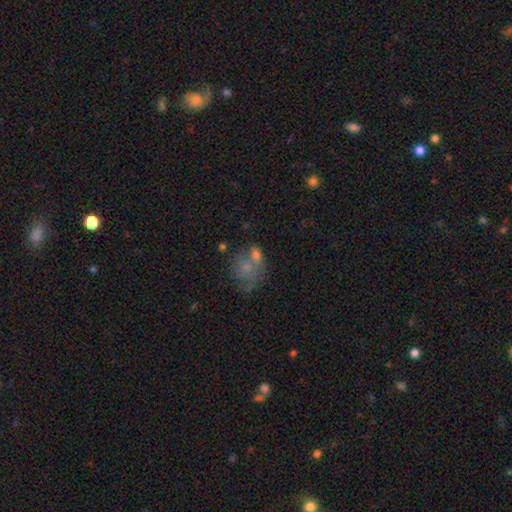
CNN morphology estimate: Smooth or featured?
  - smooth: 59% *
  - featured or disk: 27%
  - star or artifact: 13%
How rounded?
  - in between: 50% *
  - round: 48%
  - cigar-shaped: 2%
Merging?
  - merger: 36% *
  - none: 30%
  - minor disturbance: 17%
  - major disturbance: 17%